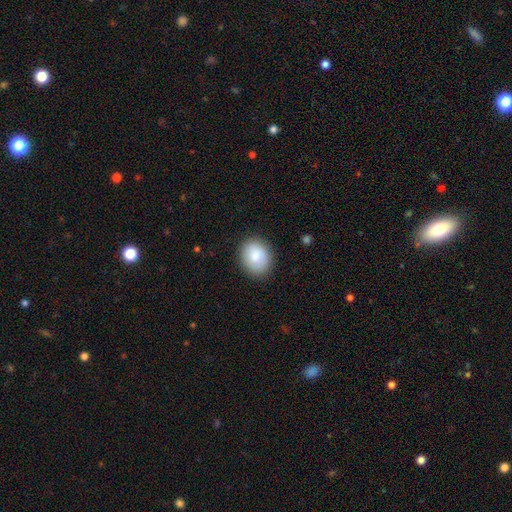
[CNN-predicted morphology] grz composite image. It shows a smooth galaxy with no disk features (82%) that is in between round and cigar-shaped (51%). Merging: none (86%).